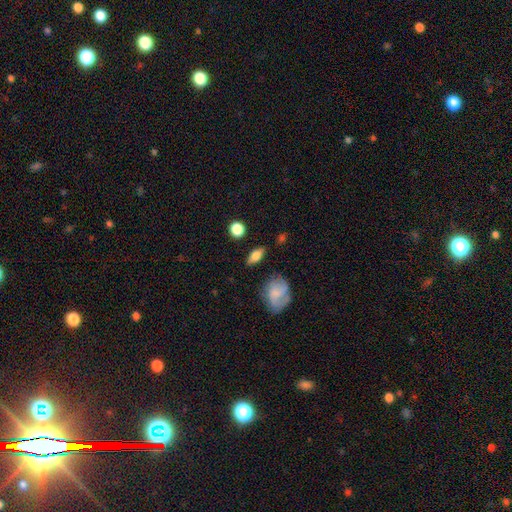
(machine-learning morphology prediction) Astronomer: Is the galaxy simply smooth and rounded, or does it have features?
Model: smooth — 72%.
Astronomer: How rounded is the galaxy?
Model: in between — 77%.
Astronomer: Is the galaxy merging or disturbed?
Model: none — 82%.